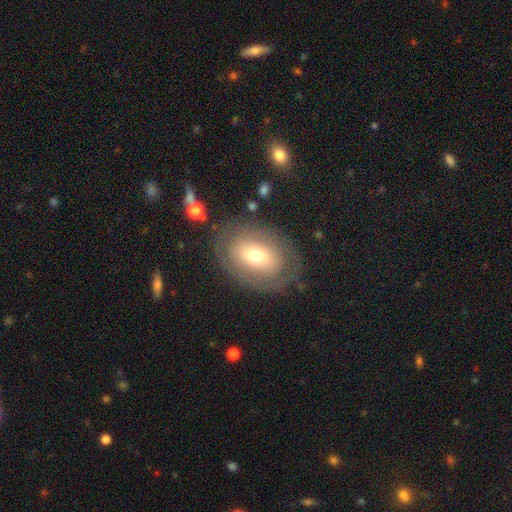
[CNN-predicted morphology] This appears to be a smooth galaxy with no disk features (51%) that is in between round and cigar-shaped (71%). Merging: none (77%).